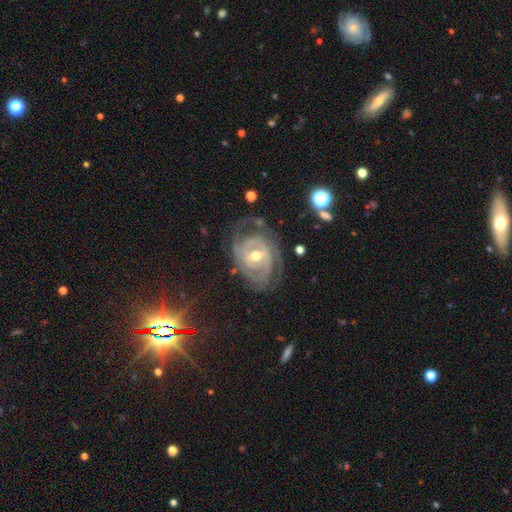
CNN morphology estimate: smooth-or-featured: featured or disk: 88% | star or artifact: 6% | smooth: 6%
  disk-edge-on: no: 96% | yes: 4%
    bar: weak: 47% | strong: 28% | no: 25%
    has-spiral-arms: yes: 94% | no: 6%
      spiral-winding: tight: 62% | medium: 30% | loose: 8%
      spiral-arm-count: 2: 32% | can't tell: 28% | 3: 22% | 4: 7% | 1: 5% | more than 4: 5%
    bulge-size: moderate: 69% | small: 26% | large: 3% | none: 1% | dominant: 1%
  merging: none: 62% | minor disturbance: 21% | major disturbance: 15% | merger: 2%